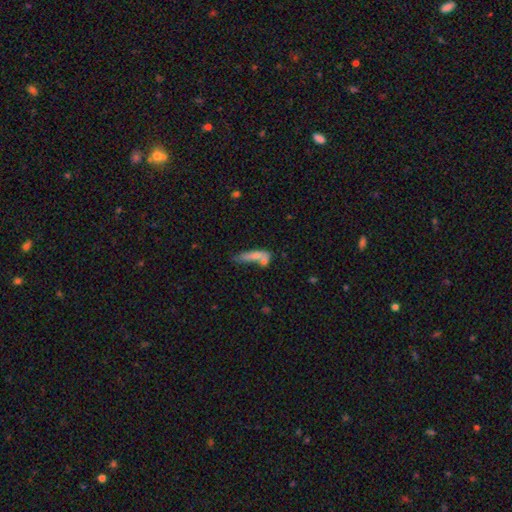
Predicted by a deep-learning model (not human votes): smooth_or_featured: smooth (p=0.67) [alt: featured or disk p=0.23]
how_rounded: cigar-shaped (p=0.57) [alt: in between p=0.39]
merging: merger (p=0.42) [alt: none p=0.27]